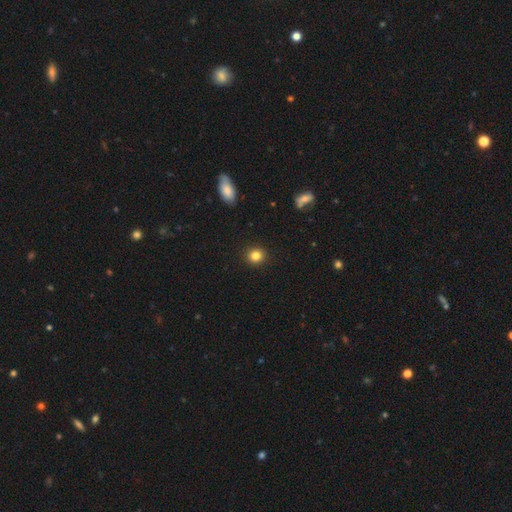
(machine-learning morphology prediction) The model was most divided on "smooth or featured": smooth: 84%, star or artifact: 11%, featured or disk: 5%. More confident: merging — none (92%); how rounded — round (88%).